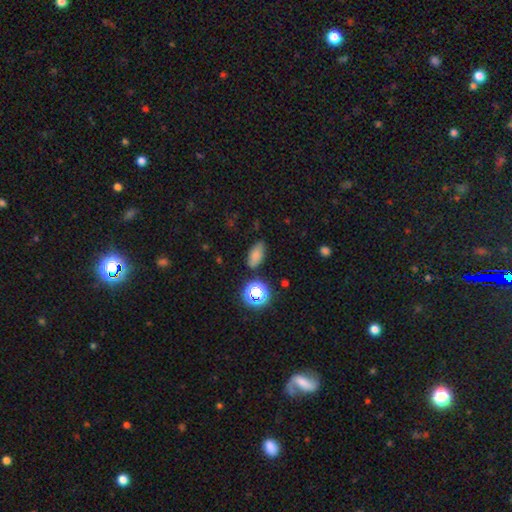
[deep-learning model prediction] smooth 75%, star or artifact 16%, featured or disk 9%. Down the decision tree: how rounded — in between (86%); merging — none (74%).